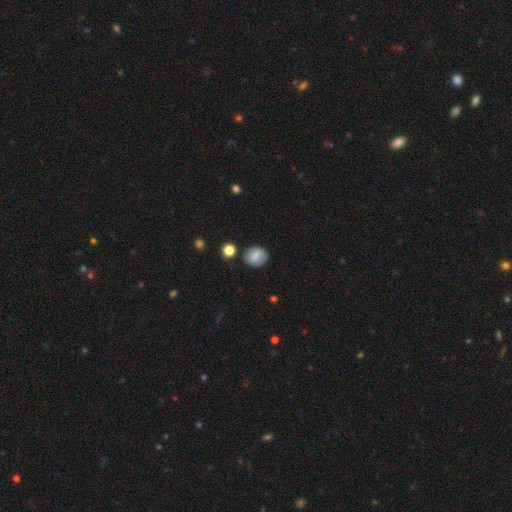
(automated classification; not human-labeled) Overall: smooth (78%). How rounded: round (72%). Merging: none (84%).